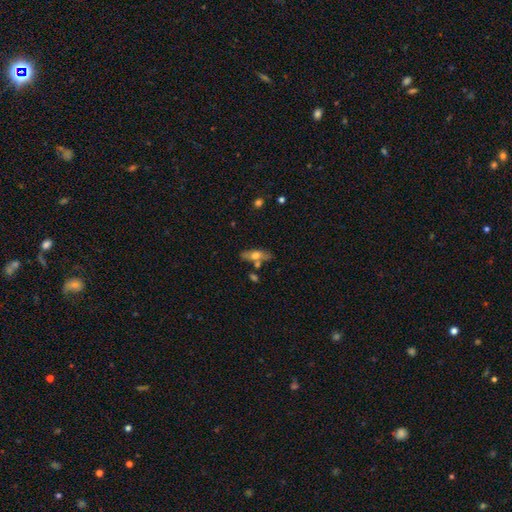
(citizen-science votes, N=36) Smooth or featured? smooth (50%)
How rounded? in between (72%)
Merging? none (57%)